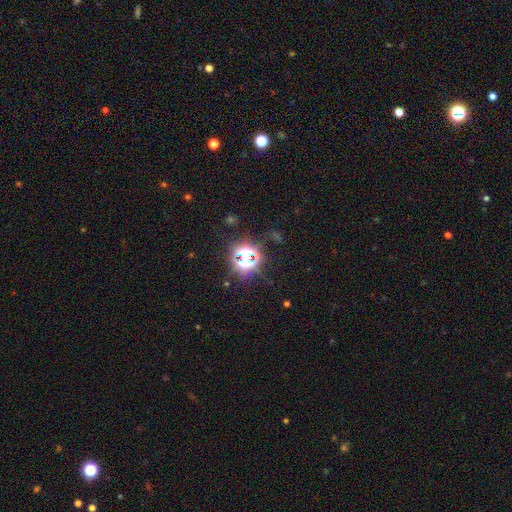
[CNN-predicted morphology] Smooth or featured? star or artifact (76%)